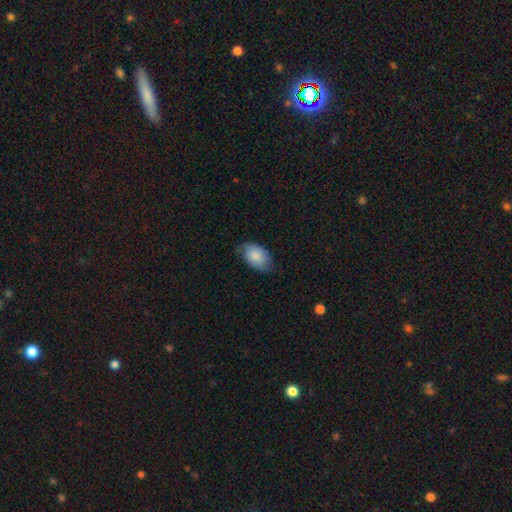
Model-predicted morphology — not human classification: Smooth or featured? smooth (78%)
How rounded? in between (90%)
Merging? none (60%)